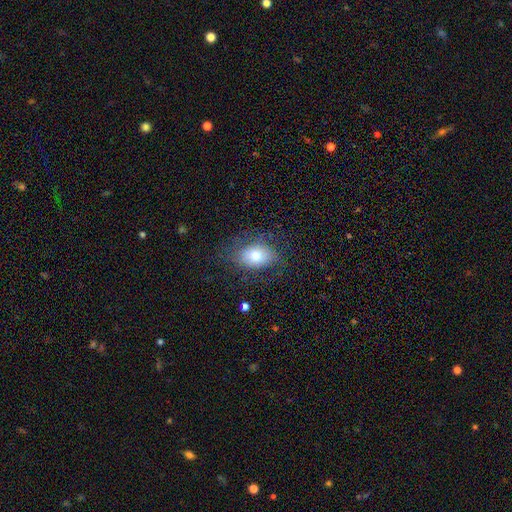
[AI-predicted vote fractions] Smooth or featured? Predicted: smooth (p=0.73). How rounded? Predicted: in between (p=0.76). Merging? Predicted: none (p=0.67).